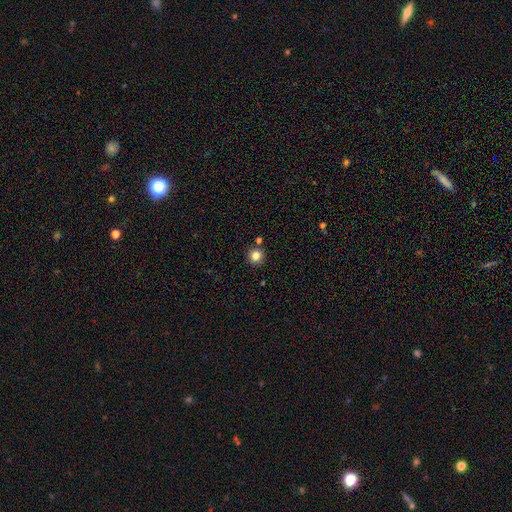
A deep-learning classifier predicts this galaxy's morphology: Smooth or featured?
  - smooth: 83% *
  - star or artifact: 12%
  - featured or disk: 6%
How rounded?
  - round: 94% *
  - in between: 5%
  - cigar-shaped: 1%
Merging?
  - none: 86% *
  - minor disturbance: 7%
  - merger: 5%
  - major disturbance: 2%